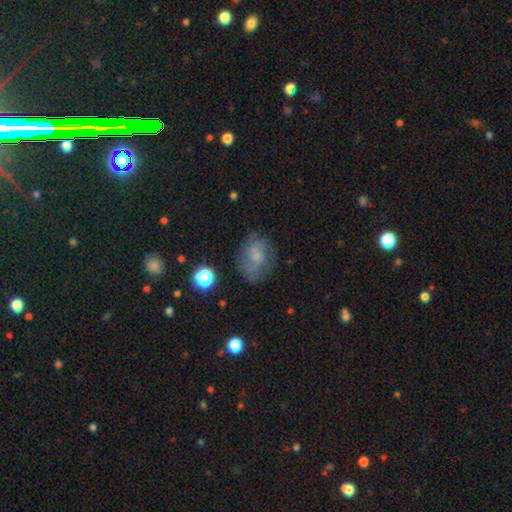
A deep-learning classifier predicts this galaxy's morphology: smooth-or-featured: smooth: 45% | featured or disk: 42% | star or artifact: 13%
  merging: none: 61% | minor disturbance: 23% | major disturbance: 13% | merger: 3%